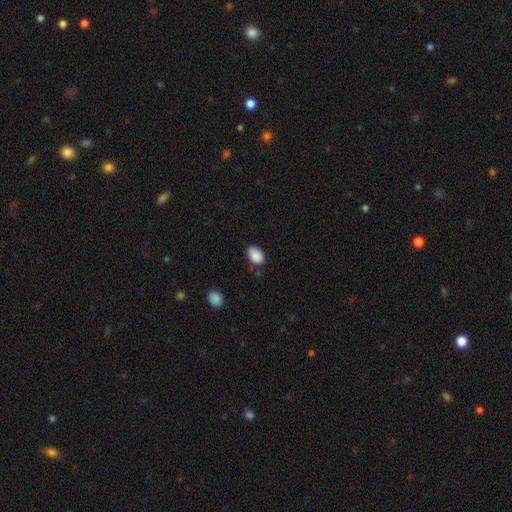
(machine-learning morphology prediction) Smooth or featured: smooth — 89% (star or artifact — 8%)
How rounded: in between — 85% (round — 14%)
Merging: none — 74% (minor disturbance — 20%)